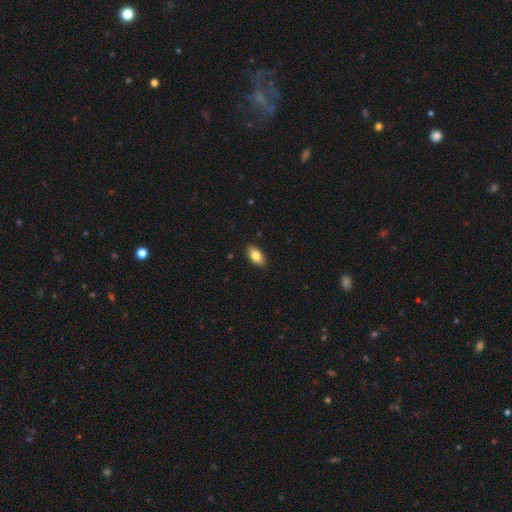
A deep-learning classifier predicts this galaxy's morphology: smooth 81%, featured or disk 12%, star or artifact 7%. Down the decision tree: how rounded — in between (92%); merging — none (89%).